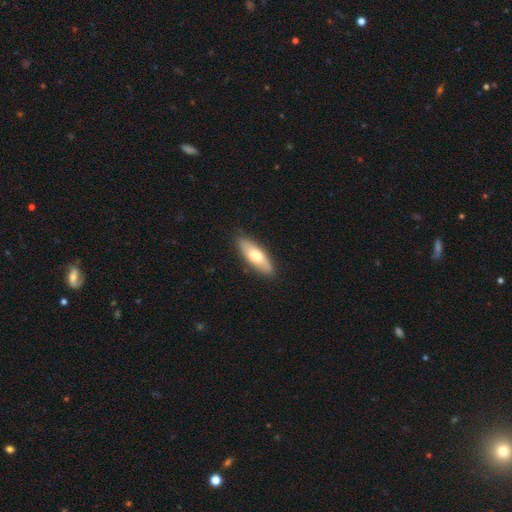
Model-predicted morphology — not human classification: type=smooth (63%); roundness=in between (58%); merging=none (86%).